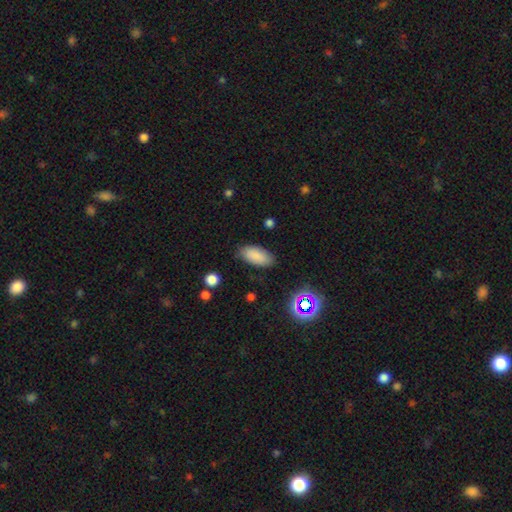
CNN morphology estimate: Smooth or featured: smooth — 86% (star or artifact — 9%)
How rounded: in between — 91% (cigar-shaped — 6%)
Merging: none — 83% (minor disturbance — 13%)